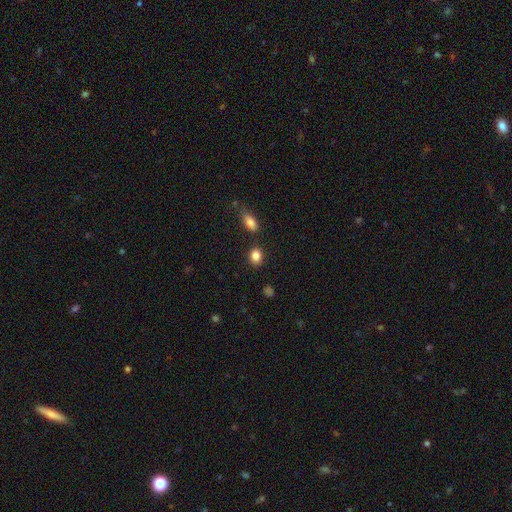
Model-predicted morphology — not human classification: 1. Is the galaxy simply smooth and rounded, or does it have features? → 86% smooth, 9% star or artifact, 5% featured or disk.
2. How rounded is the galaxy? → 49% in between (tied), 49% round (tied), 2% cigar-shaped.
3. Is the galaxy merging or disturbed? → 83% none, 9% minor disturbance, 5% merger, 3% major disturbance.